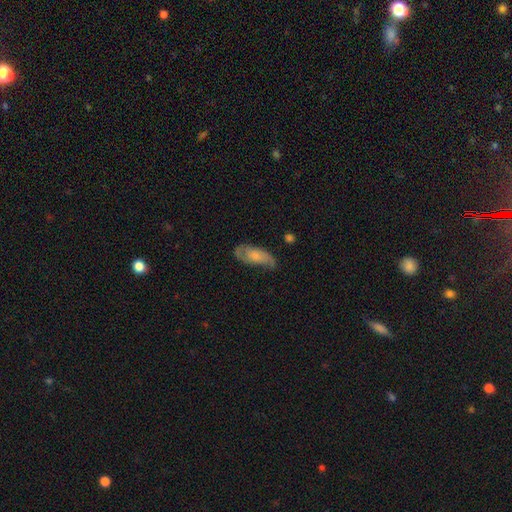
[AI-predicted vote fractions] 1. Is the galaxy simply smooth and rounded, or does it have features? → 51% smooth, 42% featured or disk, 7% star or artifact.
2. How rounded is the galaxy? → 80% in between, 17% cigar-shaped, 3% round.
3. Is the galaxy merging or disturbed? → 55% none, 30% minor disturbance, 13% major disturbance, 2% merger.